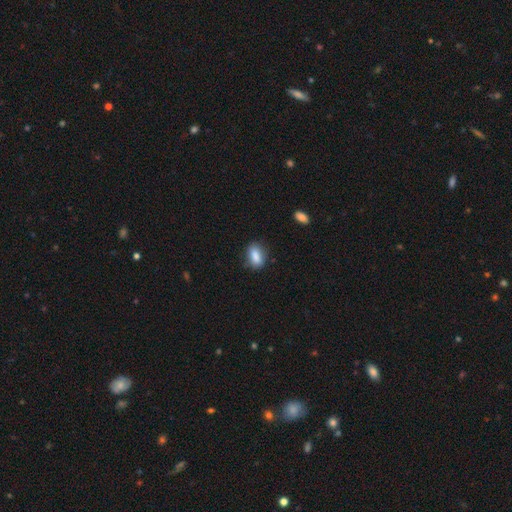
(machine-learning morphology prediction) Q: Smooth or featured?
A: smooth (85%); runner-up: star or artifact (8%)
Q: How rounded?
A: in between (85%); runner-up: round (10%)
Q: Merging?
A: none (79%); runner-up: minor disturbance (16%)